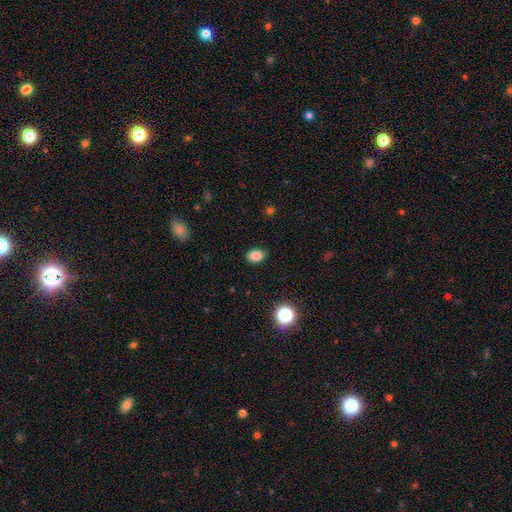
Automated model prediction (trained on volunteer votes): A smooth galaxy with no disk features (85%) that is in between round and cigar-shaped (80%). Merging: none (87%).